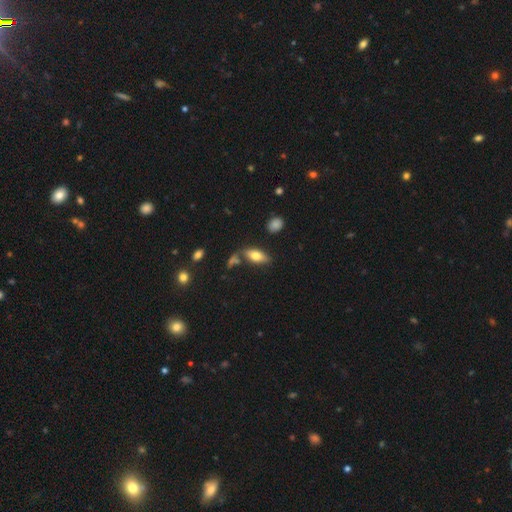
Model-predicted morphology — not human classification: type=smooth (69%); roundness=in between (80%); merging=none (69%).